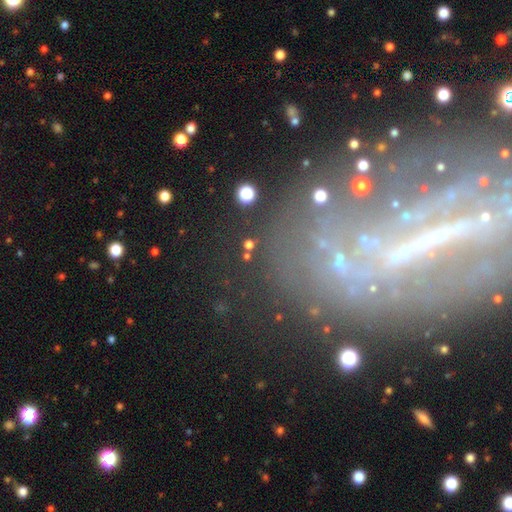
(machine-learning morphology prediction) This appears to be a featured or disk galaxy (60%). Merging: none (57%).